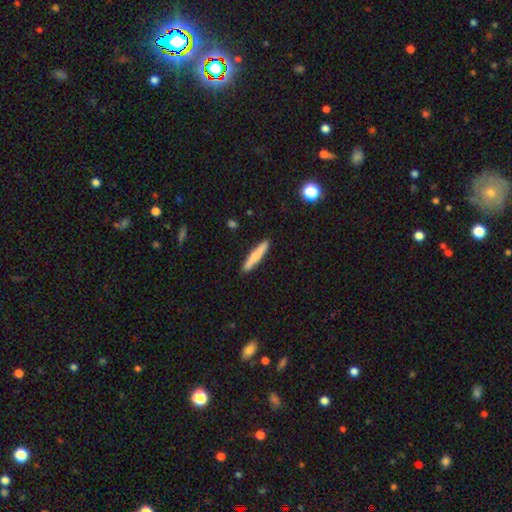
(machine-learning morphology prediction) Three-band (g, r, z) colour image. It shows a smooth galaxy with no disk features (69%) that is cigar-shaped (91%). Merging: none (90%).